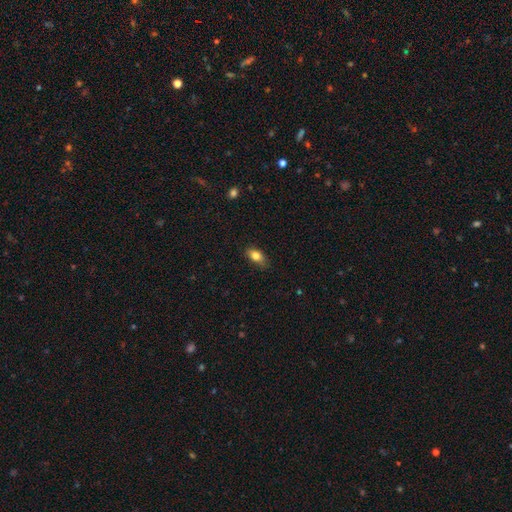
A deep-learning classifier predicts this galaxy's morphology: Smooth or featured? smooth (80%)
How rounded? in between (84%)
Merging? none (77%)